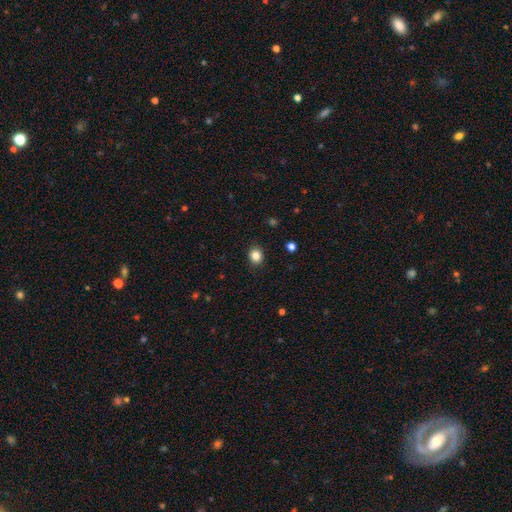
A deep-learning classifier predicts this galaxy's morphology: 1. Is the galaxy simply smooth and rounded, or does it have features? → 84% smooth, 11% star or artifact, 5% featured or disk.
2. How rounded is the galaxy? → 67% round, 32% in between, 1% cigar-shaped.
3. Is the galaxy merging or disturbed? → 89% none, 8% minor disturbance, 2% major disturbance, 1% merger.